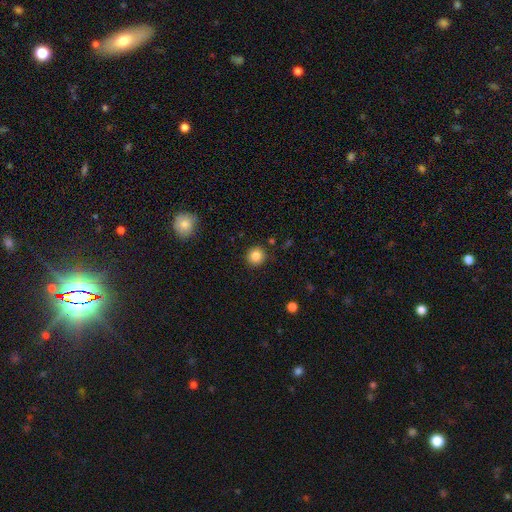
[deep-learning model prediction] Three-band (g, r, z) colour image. It shows a smooth galaxy with no disk features (85%) that is round (92%). Merging: none (90%).